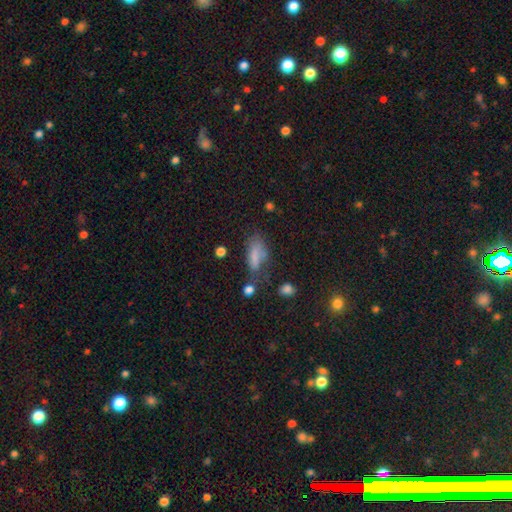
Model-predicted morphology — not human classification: Smooth or featured? Predicted: smooth (p=0.70). How rounded? Predicted: in between (p=0.70). Merging? Predicted: none (p=0.38).